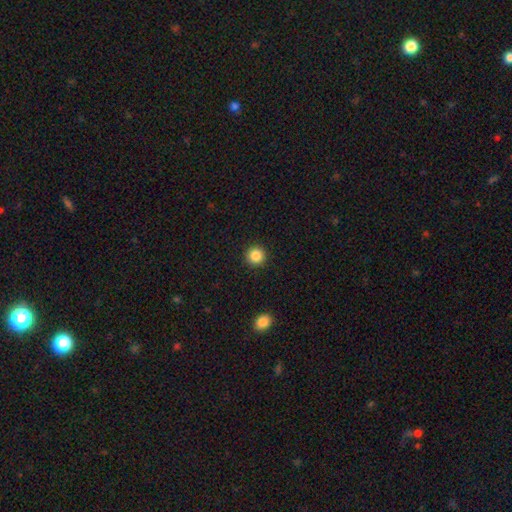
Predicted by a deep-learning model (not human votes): Overall: smooth (86%). How rounded: round (95%). Merging: none (93%).